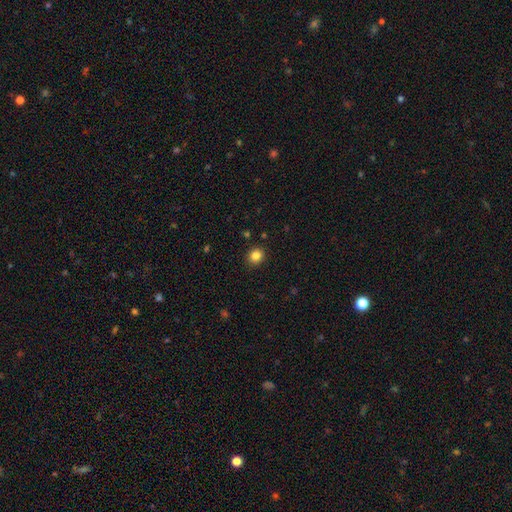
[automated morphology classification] A smooth galaxy with no disk features (83%) that is round (76%).

Vote fractions:
- Smooth or featured? smooth: 83% / star or artifact: 11% / featured or disk: 5%
- How rounded? round: 76% / in between: 24% / cigar-shaped: 1%
- Merging? none: 90% / minor disturbance: 7% / major disturbance: 2% / merger: 1%